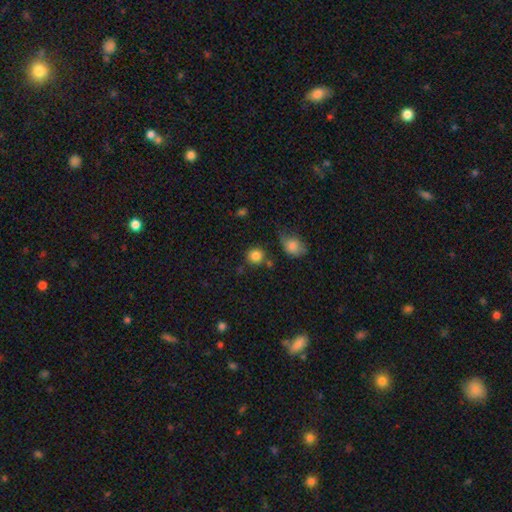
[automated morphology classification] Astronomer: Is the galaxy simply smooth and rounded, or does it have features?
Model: smooth — 84%.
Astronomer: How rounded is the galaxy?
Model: round — 87%.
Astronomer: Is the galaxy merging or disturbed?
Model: none — 76%.